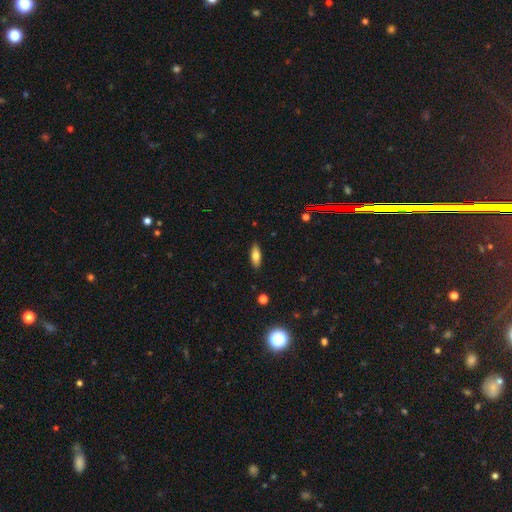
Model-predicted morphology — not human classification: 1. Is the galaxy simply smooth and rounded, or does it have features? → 74% smooth, 18% featured or disk, 8% star or artifact.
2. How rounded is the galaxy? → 73% in between, 24% cigar-shaped, 3% round.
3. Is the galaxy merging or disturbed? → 88% none, 9% minor disturbance, 2% major disturbance, 1% merger.